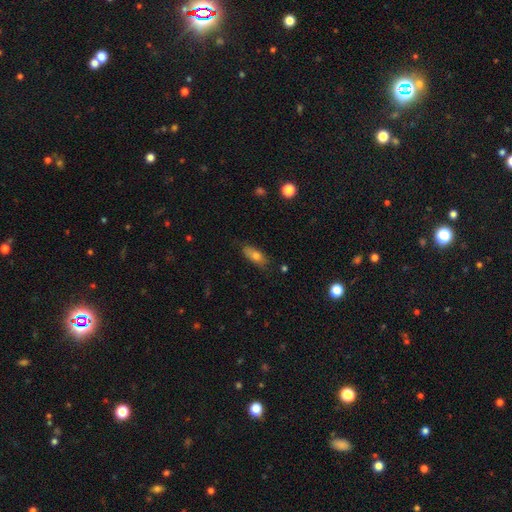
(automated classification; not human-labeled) smooth_or_featured: smooth (p=0.73) [alt: featured or disk p=0.19]
how_rounded: in between (p=0.73) [alt: cigar-shaped p=0.23]
merging: none (p=0.73) [alt: minor disturbance p=0.21]